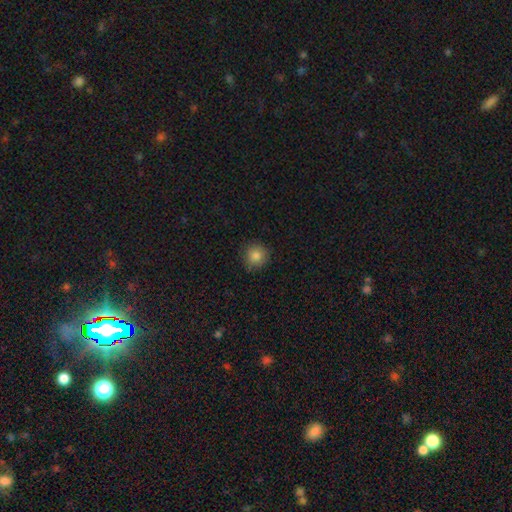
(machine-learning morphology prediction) The model was most divided on "smooth or featured": smooth: 84%, star or artifact: 11%, featured or disk: 6%. More confident: how rounded — round (93%); merging — none (88%).